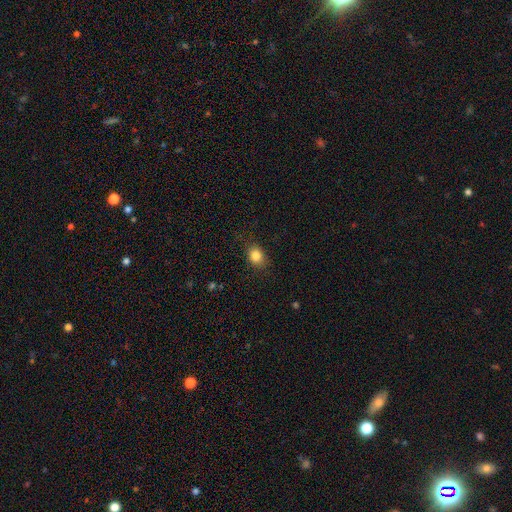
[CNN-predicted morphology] smooth-or-featured: smooth: 84% | star or artifact: 10% | featured or disk: 6%
  how-rounded: in between: 52% | round: 47% | cigar-shaped: 1%
  merging: none: 83% | minor disturbance: 12% | major disturbance: 3% | merger: 1%